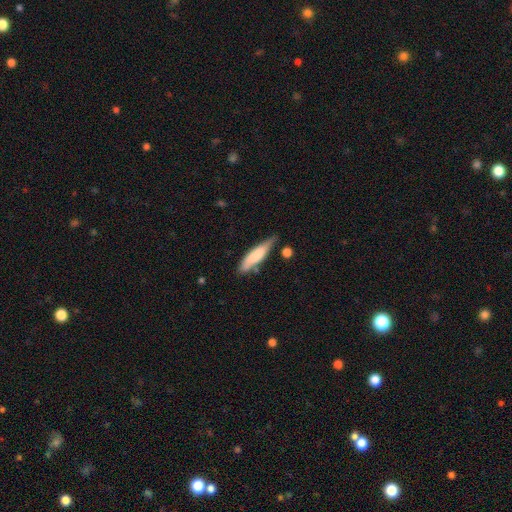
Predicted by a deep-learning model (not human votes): smooth_or_featured: smooth (p=0.74) [alt: featured or disk p=0.21]
how_rounded: cigar-shaped (p=0.70) [alt: in between p=0.28]
merging: none (p=0.59) [alt: minor disturbance p=0.29]